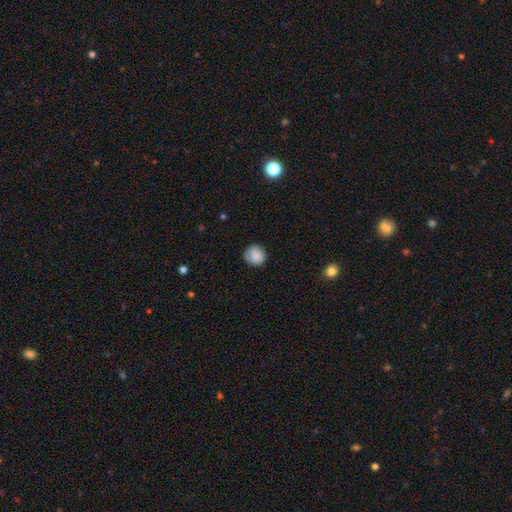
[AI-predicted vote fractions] Smooth or featured? smooth (87%)
How rounded? round (89%)
Merging? none (79%)